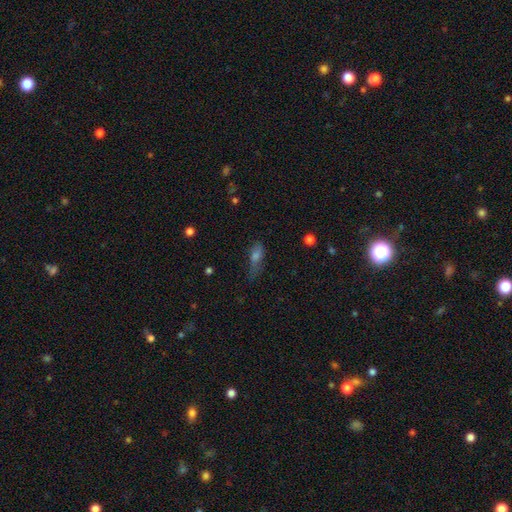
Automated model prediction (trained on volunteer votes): Overall: smooth (60%; featured or disk 22%). How rounded: in between (60%; cigar-shaped 33%). Merging: none (46%; minor disturbance 31%).